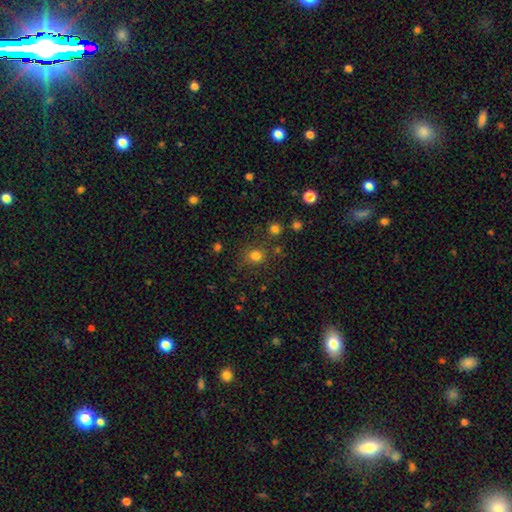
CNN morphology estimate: Overall: smooth (78%). How rounded: round (81%). Merging: none (77%).